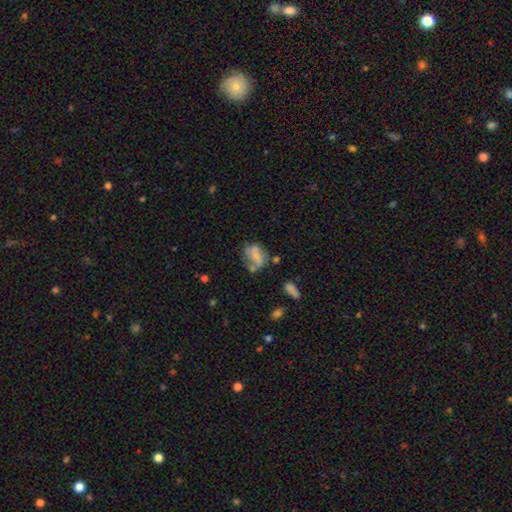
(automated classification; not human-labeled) A featured or disk galaxy (45%, tied with smooth).

Vote fractions:
- Smooth or featured? featured or disk: 45% (tied) / smooth: 45% (tied) / star or artifact: 10%
- Merging? none: 39% / minor disturbance: 25% / major disturbance: 21% / merger: 15%